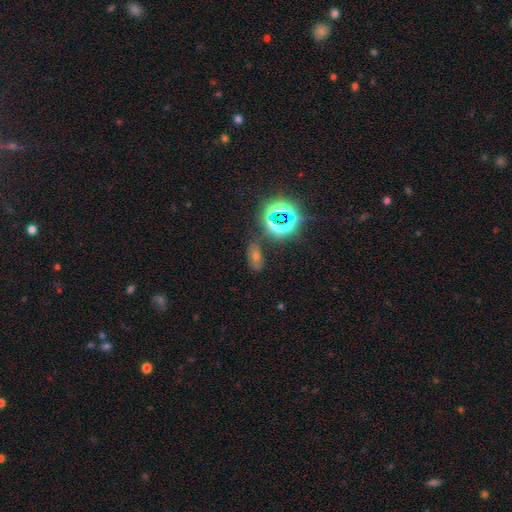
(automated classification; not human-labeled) Q: Smooth or featured?
A: star or artifact (56%); runner-up: smooth (28%)